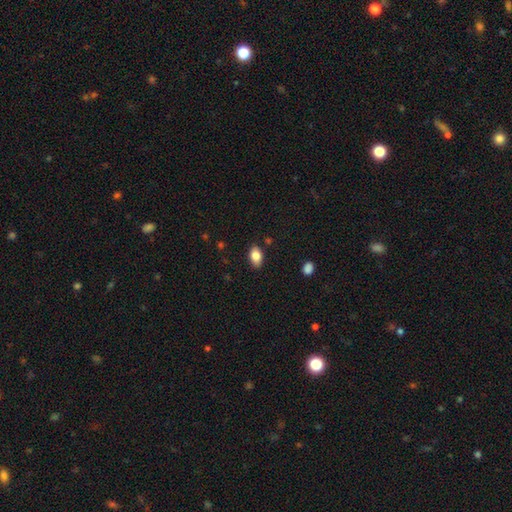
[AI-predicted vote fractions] Overall: smooth (84%). How rounded: in between (89%). Merging: none (85%).